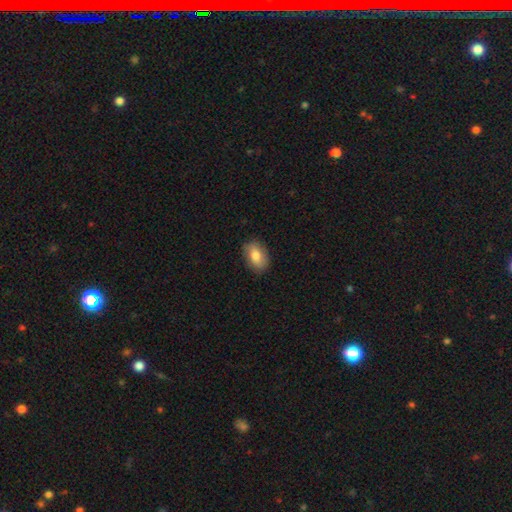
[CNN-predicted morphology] Smooth or featured? Predicted: smooth (p=0.78). How rounded? Predicted: in between (p=0.86). Merging? Predicted: none (p=0.84).